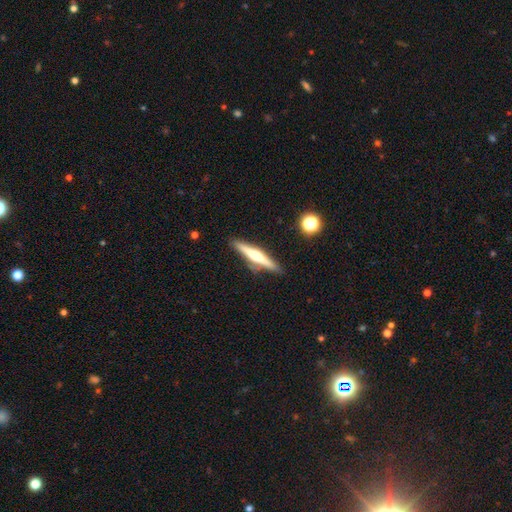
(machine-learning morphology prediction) featured or disk 61%, smooth 33%, star or artifact 6%. Down the decision tree: edge-on disk — yes (97%); edge-on bulge — rounded (80%); merging — none (87%).